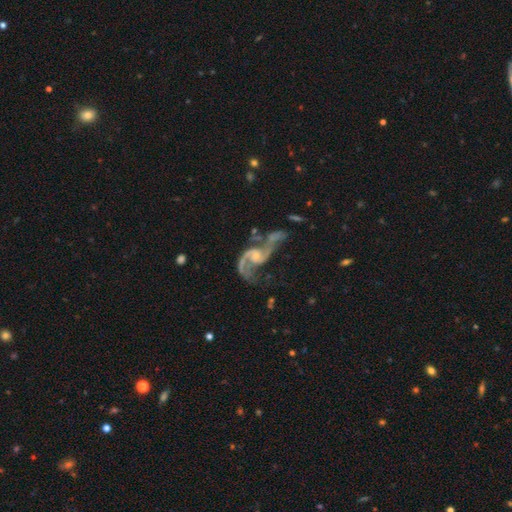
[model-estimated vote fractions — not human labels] Smooth or featured?
  - featured or disk: 88% *
  - star or artifact: 7%
  - smooth: 5%
Edge-on disk?
  - no: 97% *
  - yes: 3%
Bar?
  - no: 52% *
  - weak: 39%
  - strong: 10%
Spiral arms?
  - yes: 94% *
  - no: 6%
Spiral winding?
  - loose: 58% *
  - medium: 34%
  - tight: 8%
Spiral arm count?
  - 2: 87% *
  - 1: 5%
  - can't tell: 3%
  - 3: 2%
  - 4: 1%
  - more than 4: 1%
Bulge size?
  - small: 51% *
  - moderate: 34%
  - none: 11%
  - large: 3%
  - dominant: 1%
Merging?
  - none: 37% *
  - major disturbance: 28%
  - merger: 18%
  - minor disturbance: 17%